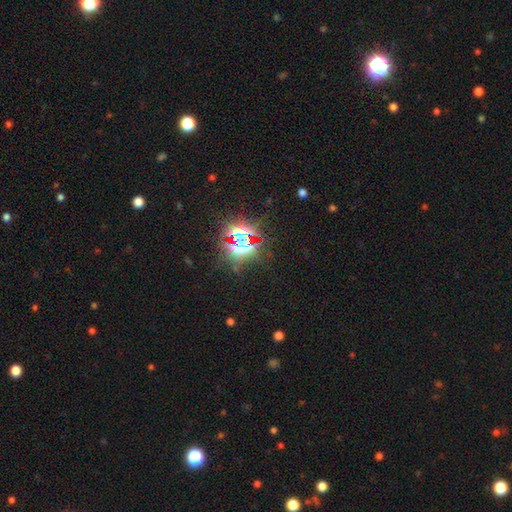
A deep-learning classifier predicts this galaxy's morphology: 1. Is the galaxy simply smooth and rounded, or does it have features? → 84% star or artifact, 10% smooth, 6% featured or disk.